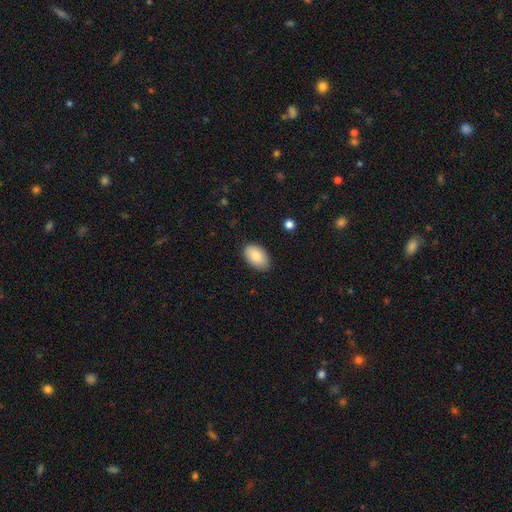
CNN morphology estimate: smooth_or_featured: smooth (p=0.85) [alt: featured or disk p=0.09]
how_rounded: in between (p=0.93) [alt: round p=0.05]
merging: none (p=0.83) [alt: minor disturbance p=0.13]